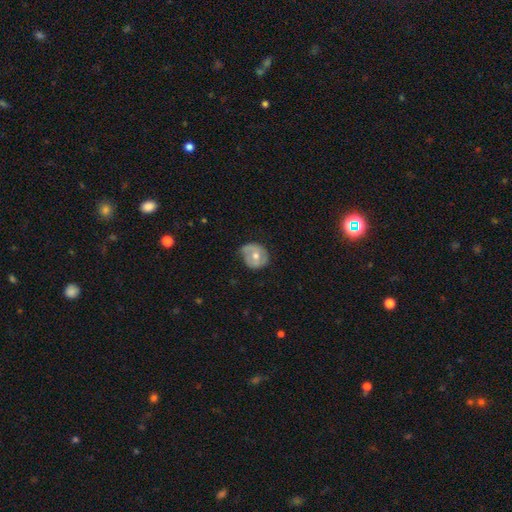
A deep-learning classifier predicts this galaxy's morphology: Overall: featured or disk (53%; smooth 40%). Edge-on disk: no (96%). Bar: no (70%). Spiral arms: yes (52%; no 48%). Bulge size: moderate (73%). Merging: none (61%; minor disturbance 30%).